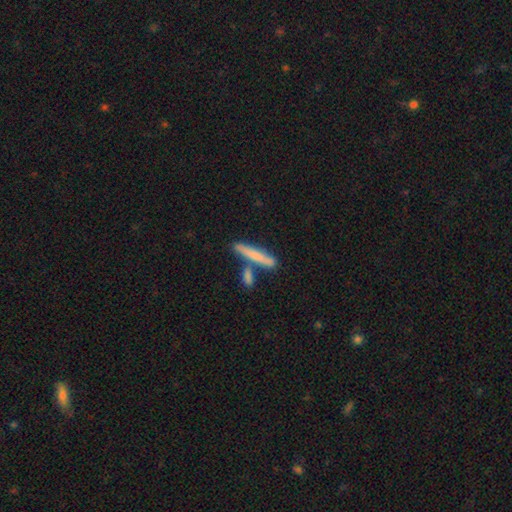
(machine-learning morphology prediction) Smooth or featured? smooth (67%)
How rounded? cigar-shaped (91%)
Merging? none (64%)